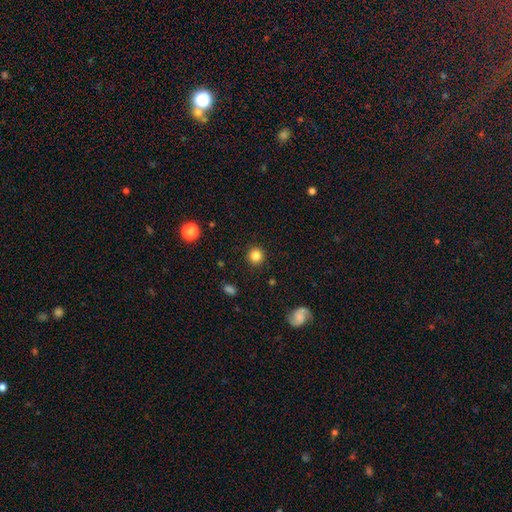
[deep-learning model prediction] Smooth or featured? Predicted: smooth (p=0.84). How rounded? Predicted: round (p=0.94). Merging? Predicted: none (p=0.91).